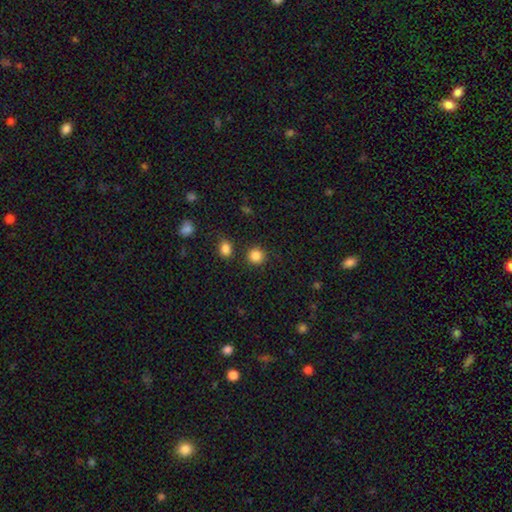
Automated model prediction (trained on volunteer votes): A smooth galaxy with no disk features (86%) that is round (91%). Merging: none (86%).